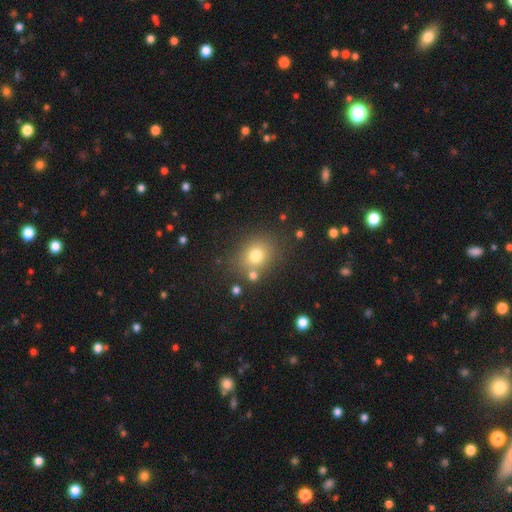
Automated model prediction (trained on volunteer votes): Smooth or featured? smooth (74%)
How rounded? round (65%)
Merging? none (75%)